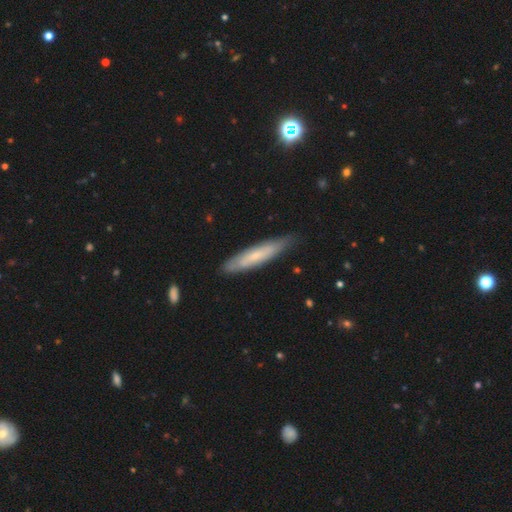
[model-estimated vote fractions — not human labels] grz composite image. It shows a smooth galaxy with no disk features (56%) that is cigar-shaped (87%). Merging: none (81%).